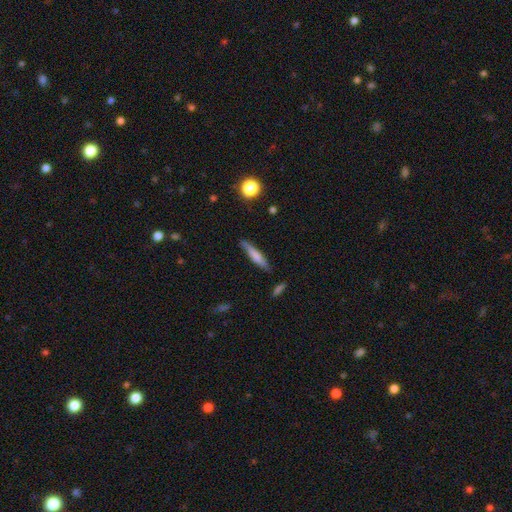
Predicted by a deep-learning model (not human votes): Smooth or featured? smooth (67%)
How rounded? cigar-shaped (86%)
Merging? none (76%)